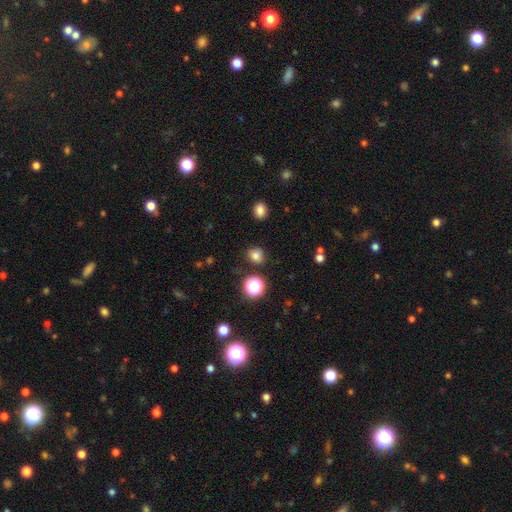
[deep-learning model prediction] A smooth galaxy with no disk features (79%) that is round (82%). Merging: none (86%).